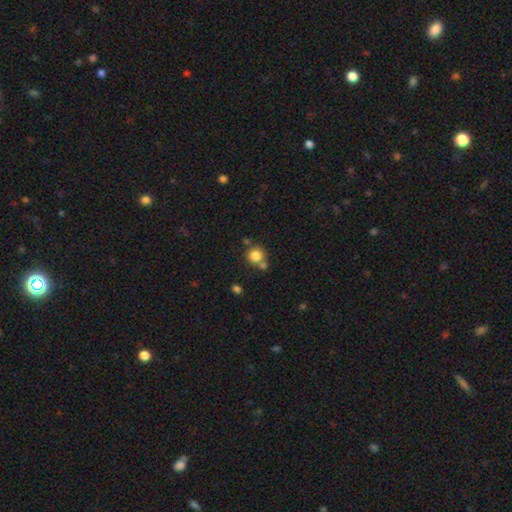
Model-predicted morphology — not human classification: Smooth or featured?
  - smooth: 83% *
  - star or artifact: 11%
  - featured or disk: 6%
How rounded?
  - round: 90% *
  - in between: 9%
  - cigar-shaped: 1%
Merging?
  - none: 64% *
  - merger: 24%
  - minor disturbance: 9%
  - major disturbance: 3%